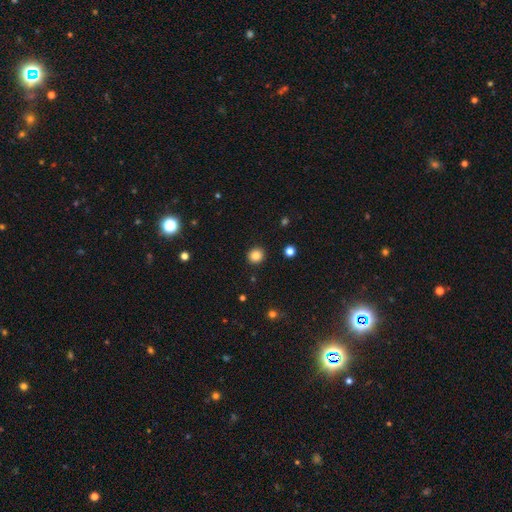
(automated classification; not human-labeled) Smooth or featured? smooth (84%)
How rounded? round (89%)
Merging? none (92%)